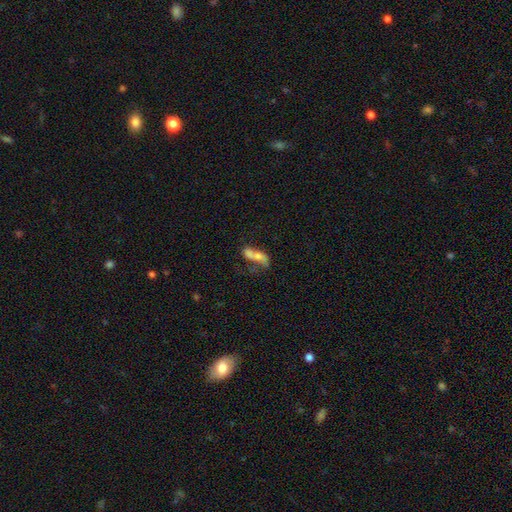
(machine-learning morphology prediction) smooth 52%, featured or disk 38%, star or artifact 10%. Down the decision tree: how rounded — in between (66%); merging — merger (44%).